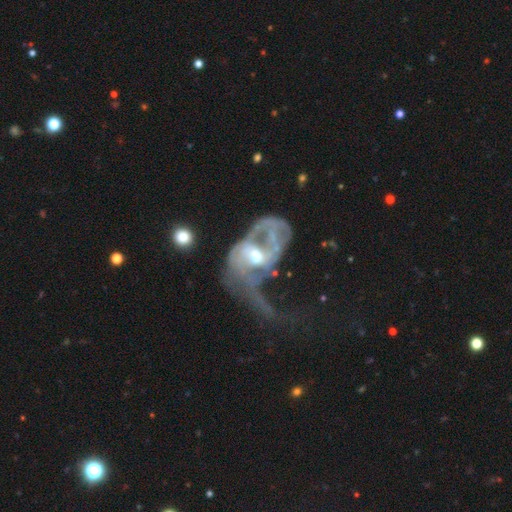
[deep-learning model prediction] smooth_or_featured: featured or disk (p=0.78) [alt: smooth p=0.14]
disk_edge_on: no (p=0.97) [alt: yes p=0.03]
bar: no (p=0.53) [alt: weak p=0.34]
has_spiral_arms: yes (p=0.68) [alt: no p=0.32]
spiral_winding: loose (p=0.45) [alt: medium p=0.36]
spiral_arm_count: 2 (p=0.42) [alt: can't tell p=0.30]
bulge_size: moderate (p=0.59) [alt: small p=0.33]
merging: major disturbance (p=0.63) [alt: merger p=0.16]